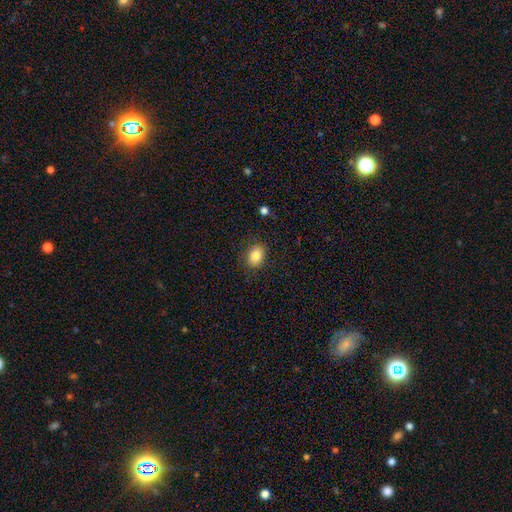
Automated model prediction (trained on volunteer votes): Smooth or featured? smooth (84%)
How rounded? in between (61%)
Merging? none (85%)